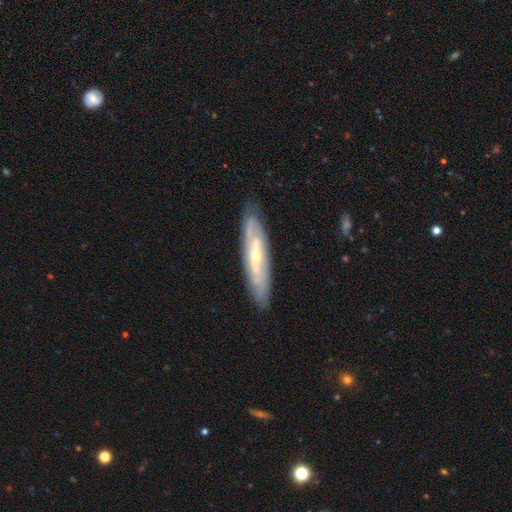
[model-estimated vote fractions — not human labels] A featured or disk galaxy (72%).

Vote fractions:
- Smooth or featured? featured or disk: 72% / smooth: 23% / star or artifact: 6%
- Edge-on disk? no: 58% / yes: 42%
- Merging? none: 83% / minor disturbance: 13% / major disturbance: 3% / merger: 1%